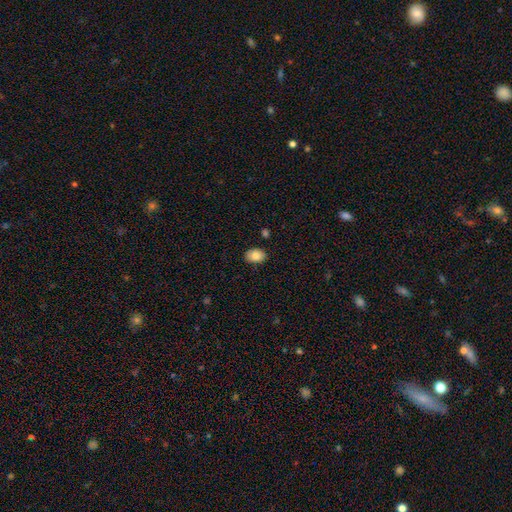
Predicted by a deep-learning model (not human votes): Morphology: type=smooth (87%); roundness=in between (81%); merging=none (86%).